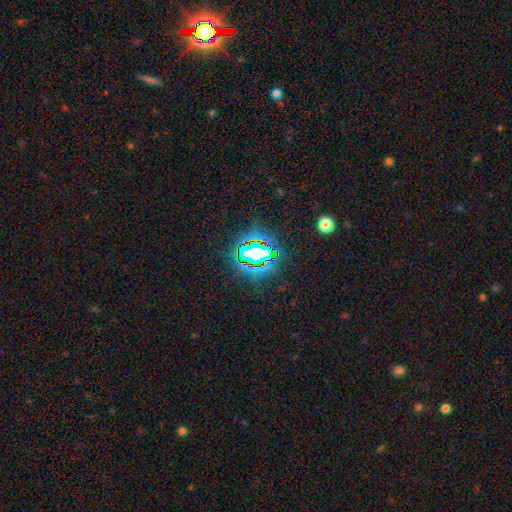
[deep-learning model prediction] This appears to be a star or artifact, not a galaxy (72%).